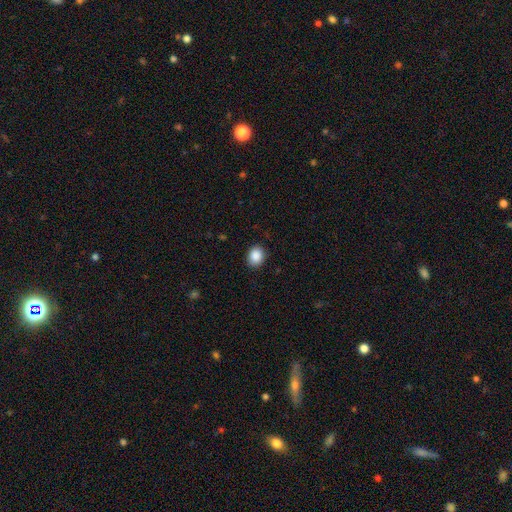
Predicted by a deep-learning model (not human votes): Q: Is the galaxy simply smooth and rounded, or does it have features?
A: smooth — 89%.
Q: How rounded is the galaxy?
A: round — 58%.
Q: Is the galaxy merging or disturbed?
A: none — 88%.